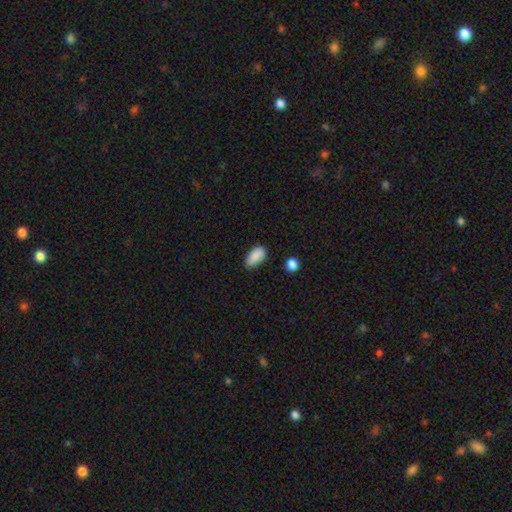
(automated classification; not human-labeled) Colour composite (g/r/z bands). It shows a smooth galaxy with no disk features (87%) that is in between round and cigar-shaped (91%). Merging: none (71%).